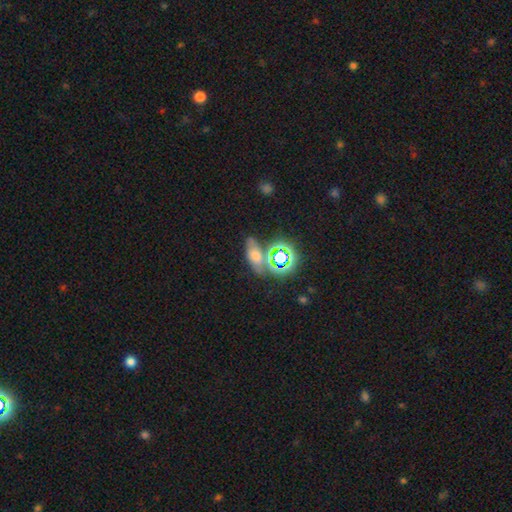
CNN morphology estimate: Smooth or featured? Predicted: smooth (p=0.45). Merging? Predicted: none (p=0.58).